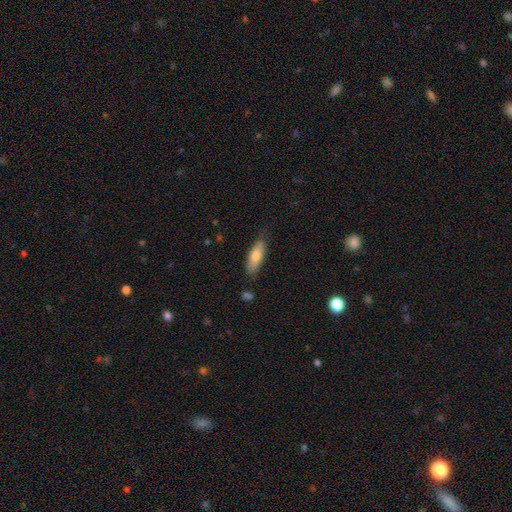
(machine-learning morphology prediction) type=smooth (73%); roundness=in between (59%); merging=none (75%).